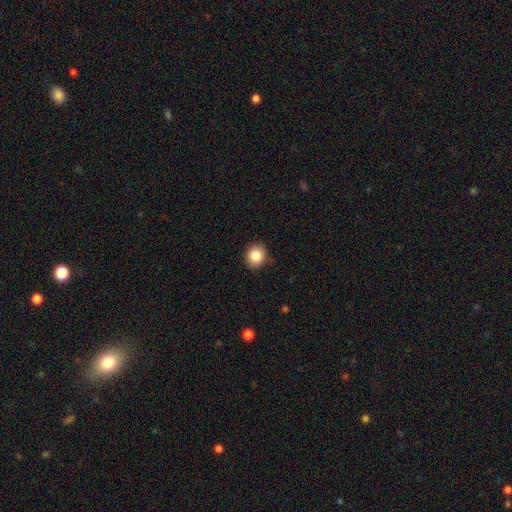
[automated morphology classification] smooth-or-featured: smooth: 85% | star or artifact: 9% | featured or disk: 6%
  how-rounded: round: 79% | in between: 20% | cigar-shaped: 1%
  merging: none: 88% | minor disturbance: 9% | major disturbance: 2% | merger: 1%